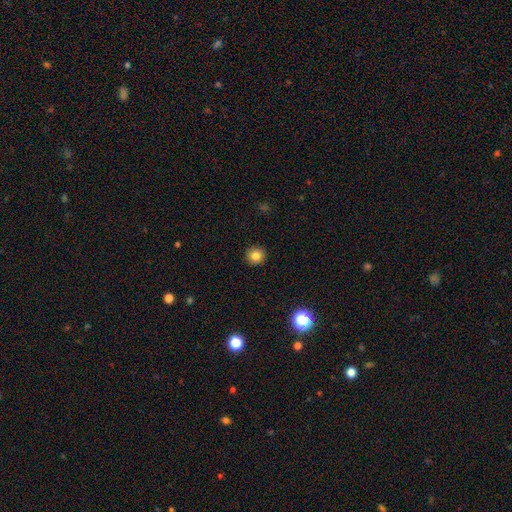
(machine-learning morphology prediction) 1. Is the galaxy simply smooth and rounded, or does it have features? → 83% smooth, 11% star or artifact, 6% featured or disk.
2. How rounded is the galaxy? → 93% round, 6% in between, 1% cigar-shaped.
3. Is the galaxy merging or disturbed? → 92% none, 5% minor disturbance, 2% major disturbance, 1% merger.